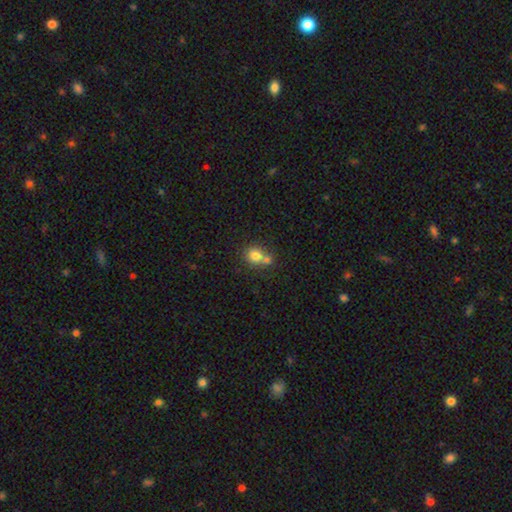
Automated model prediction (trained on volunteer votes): This appears to be a smooth galaxy with no disk features (78%) that is round (76%). Merging: none (46%).